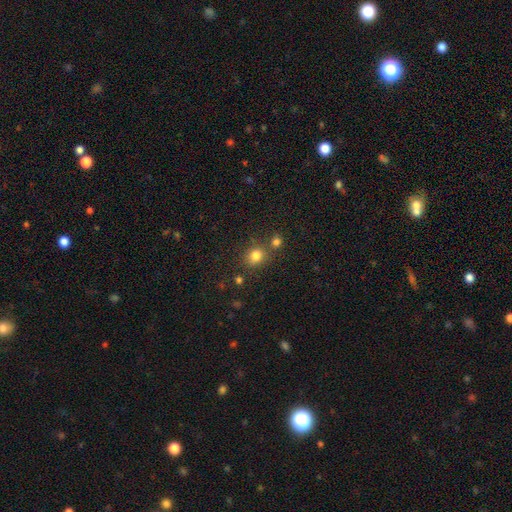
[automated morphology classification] Overall: smooth (80%). How rounded: round (70%). Merging: none (70%).